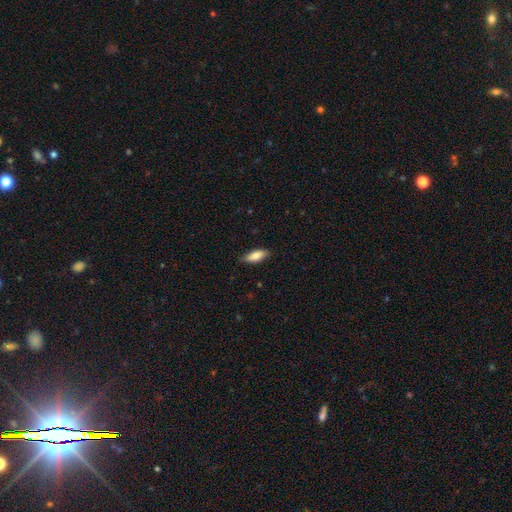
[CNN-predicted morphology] Smooth or featured: smooth — 81% (featured or disk — 13%)
How rounded: in between — 74% (cigar-shaped — 24%)
Merging: none — 81% (minor disturbance — 16%)